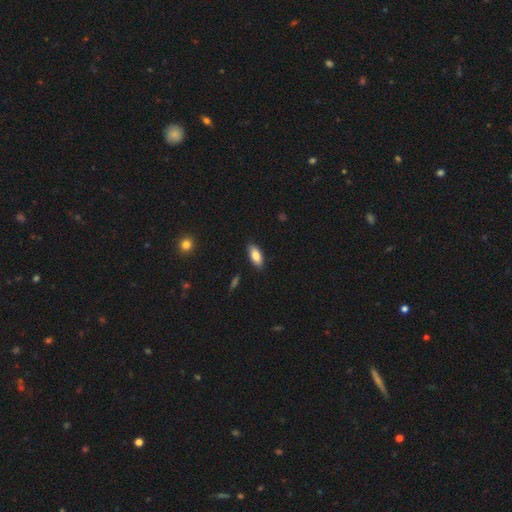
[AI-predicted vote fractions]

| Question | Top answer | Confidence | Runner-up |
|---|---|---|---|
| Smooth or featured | smooth | 85% | featured or disk (9%) |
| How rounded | in between | 87% | cigar-shaped (11%) |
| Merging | none | 86% | minor disturbance (11%) |